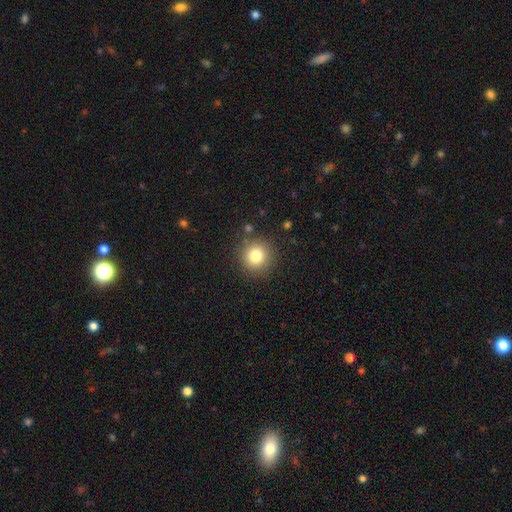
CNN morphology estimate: Smooth or featured?
  - smooth: 81% *
  - star or artifact: 12%
  - featured or disk: 8%
How rounded?
  - round: 94% *
  - in between: 5%
  - cigar-shaped: 1%
Merging?
  - none: 87% *
  - minor disturbance: 7%
  - major disturbance: 3%
  - merger: 2%